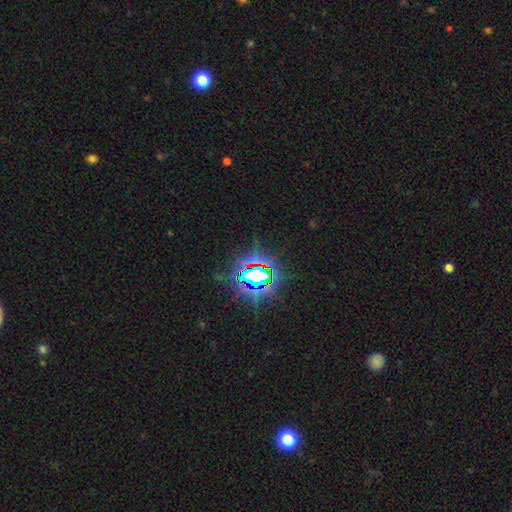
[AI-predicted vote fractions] smooth-or-featured: star or artifact: 79% | smooth: 12% | featured or disk: 9%